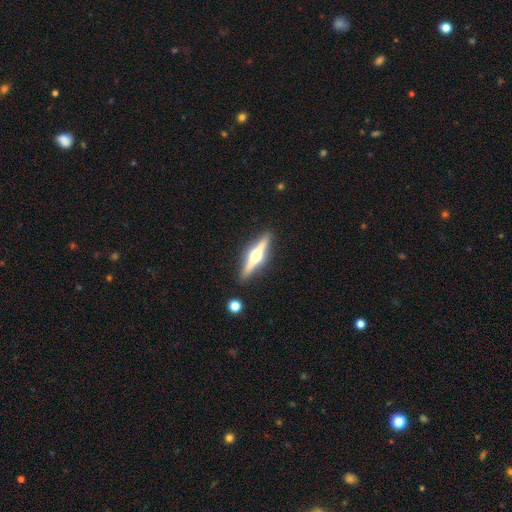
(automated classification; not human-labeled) The model was most divided on "smooth or featured": featured or disk: 76%, smooth: 18%, star or artifact: 5%. More confident: edge-on disk — yes (98%); edge-on bulge — rounded (96%); merging — none (90%).